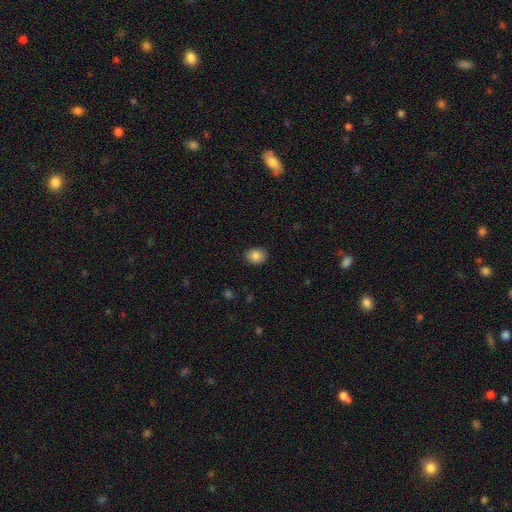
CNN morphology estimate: The model was most divided on "how rounded": round: 50%, in between: 49%, cigar-shaped: 1%. More confident: merging — none (88%); smooth or featured — smooth (86%).